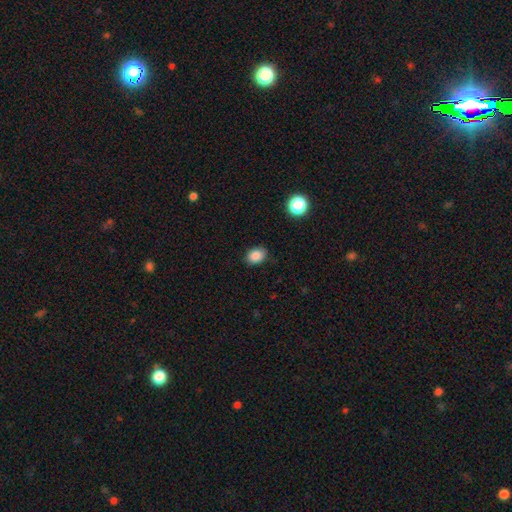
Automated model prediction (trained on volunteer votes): This appears to be a smooth galaxy with no disk features (86%) that is in between round and cigar-shaped (66%). Merging: none (83%).